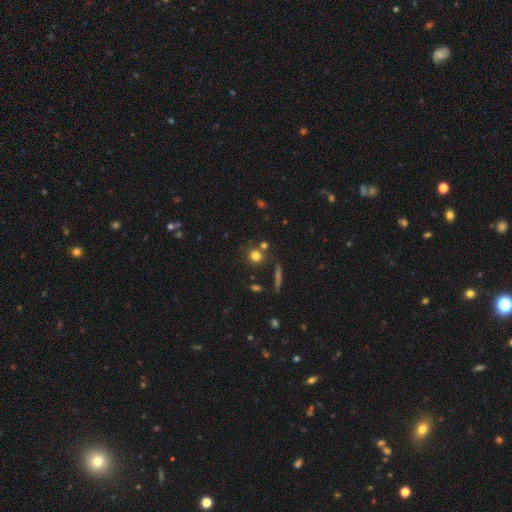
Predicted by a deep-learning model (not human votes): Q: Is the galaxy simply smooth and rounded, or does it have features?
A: smooth — 78%.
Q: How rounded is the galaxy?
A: round — 88%.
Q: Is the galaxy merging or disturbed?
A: none — 73%.